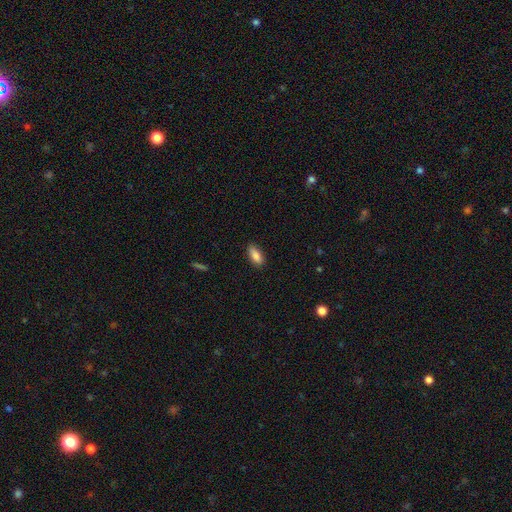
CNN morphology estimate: Q: Smooth or featured?
A: smooth (87%); runner-up: star or artifact (7%)
Q: How rounded?
A: in between (85%); runner-up: cigar-shaped (13%)
Q: Merging?
A: none (85%); runner-up: minor disturbance (12%)